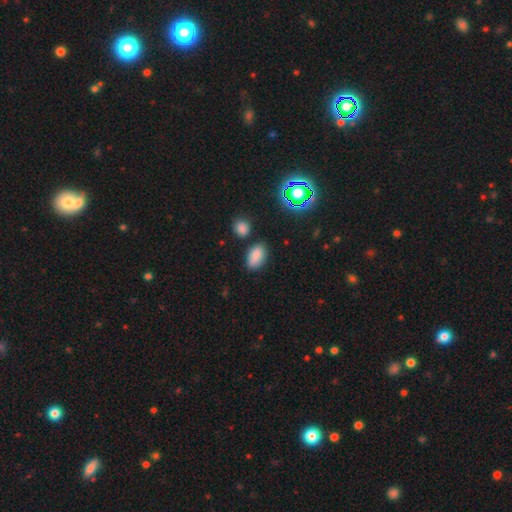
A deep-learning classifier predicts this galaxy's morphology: This is clearly a smooth galaxy (83%). How rounded: clearly in between (91%). Merging: likely none (77%).